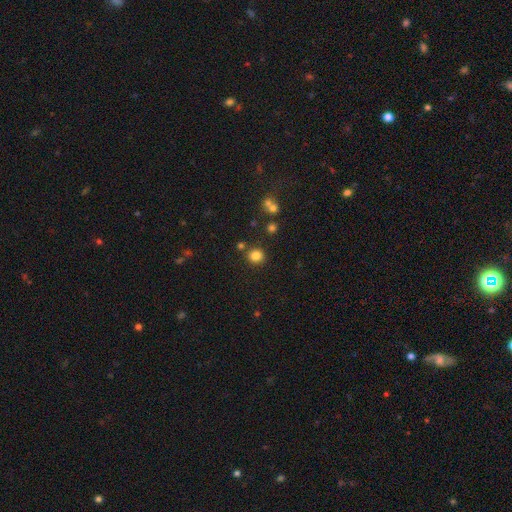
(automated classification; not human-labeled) Smooth or featured? Predicted: smooth (p=0.82). How rounded? Predicted: round (p=0.86). Merging? Predicted: none (p=0.84).